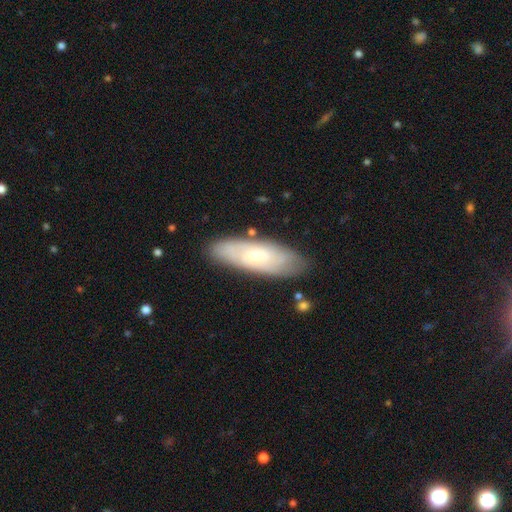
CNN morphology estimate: The model was most divided on "smooth or featured": featured or disk: 55%, smooth: 38%, star or artifact: 6%. More confident: edge-on disk — no (82%); merging — none (80%).